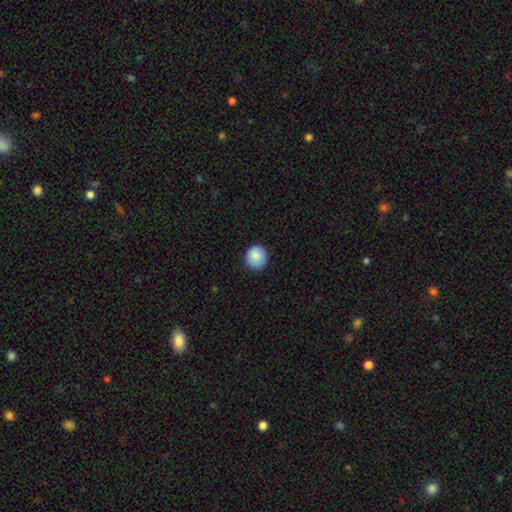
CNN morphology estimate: A smooth galaxy with no disk features (87%) that is round (90%).

Vote fractions:
- Smooth or featured? smooth: 87% / star or artifact: 8% / featured or disk: 5%
- How rounded? round: 90% / in between: 9% / cigar-shaped: 1%
- Merging? none: 87% / minor disturbance: 10% / major disturbance: 2% / merger: 1%